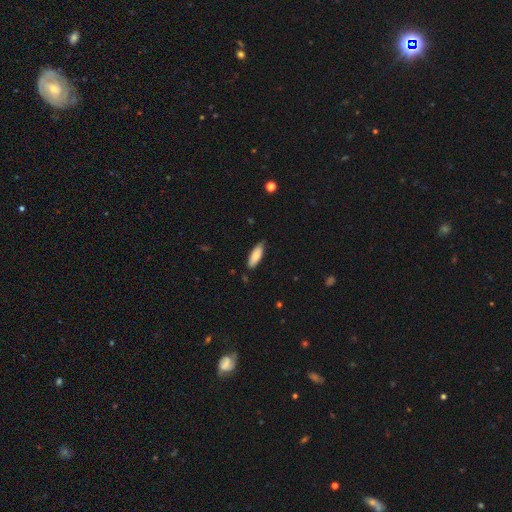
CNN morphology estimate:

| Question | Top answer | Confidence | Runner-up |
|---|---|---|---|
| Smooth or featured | smooth | 82% | featured or disk (12%) |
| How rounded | in between | 62% | cigar-shaped (36%) |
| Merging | none | 81% | minor disturbance (16%) |